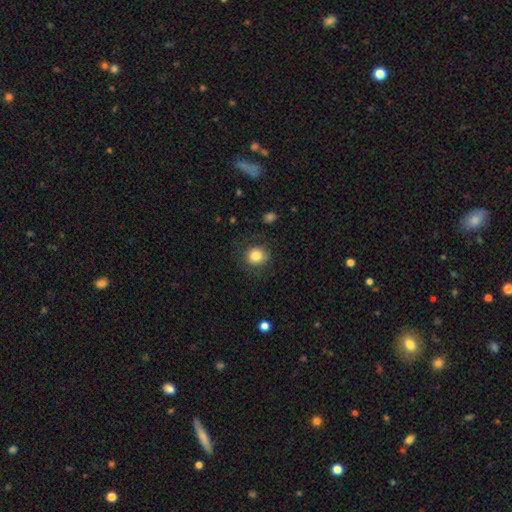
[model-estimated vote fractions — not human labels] This appears to be a smooth galaxy with no disk features (83%) that is round (82%). Merging: none (80%).